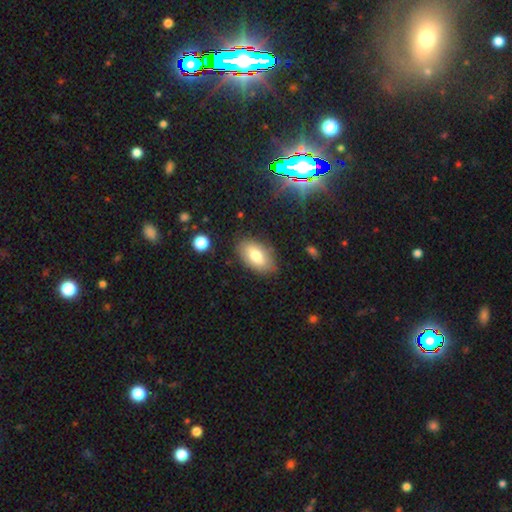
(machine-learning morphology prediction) smooth 76%, featured or disk 17%, star or artifact 8%. Down the decision tree: how rounded — in between (93%); merging — none (82%).